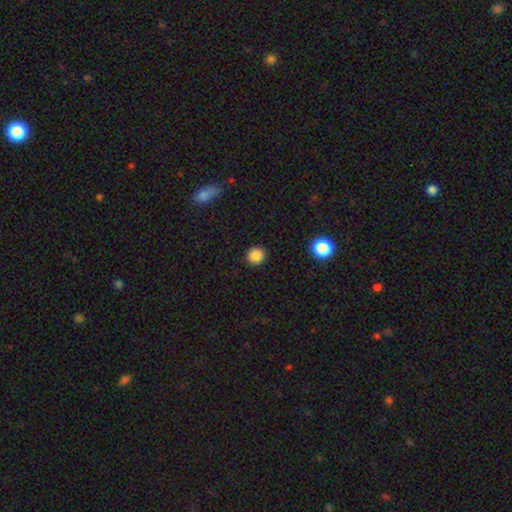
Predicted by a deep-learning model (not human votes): Smooth or featured? Predicted: smooth (p=0.86). How rounded? Predicted: round (p=0.90). Merging? Predicted: none (p=0.91).